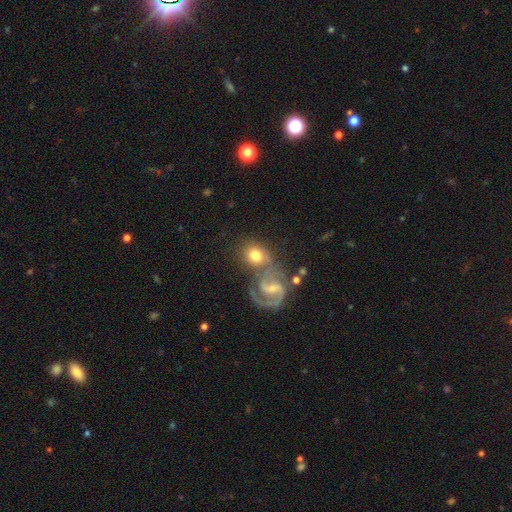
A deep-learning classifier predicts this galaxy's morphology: Smooth or featured: smooth — 47% (featured or disk — 45%)
Merging: none — 43% (merger — 38%)